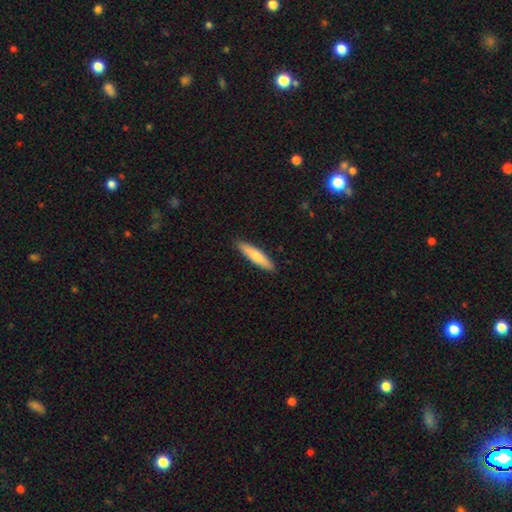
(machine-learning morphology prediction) This is likely a smooth galaxy (69%). How rounded: clearly cigar-shaped (84%). Merging: clearly none (91%).